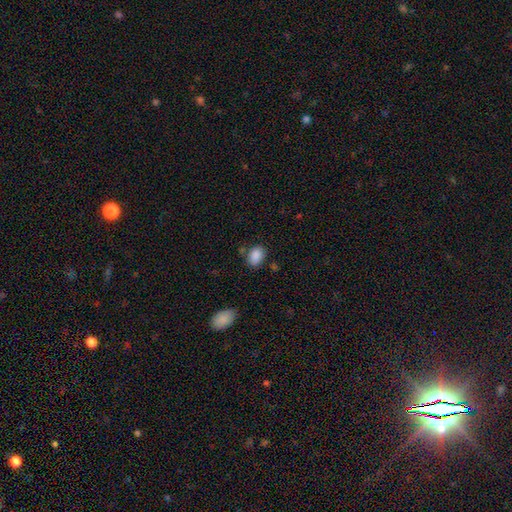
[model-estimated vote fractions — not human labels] Smooth or featured? smooth (88%)
How rounded? in between (80%)
Merging? none (75%)